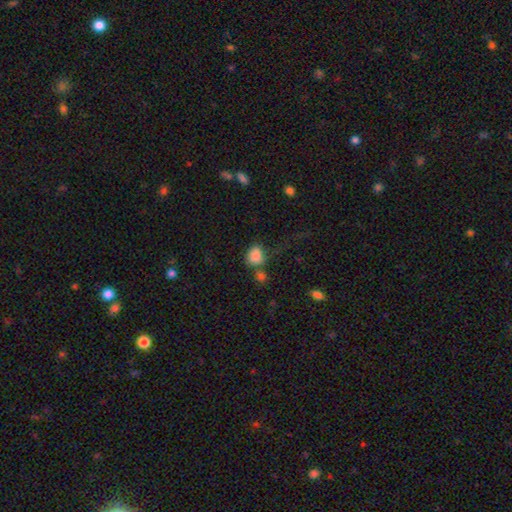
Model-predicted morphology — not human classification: type=smooth (83%); roundness=in between (52%); merging=none (48%).